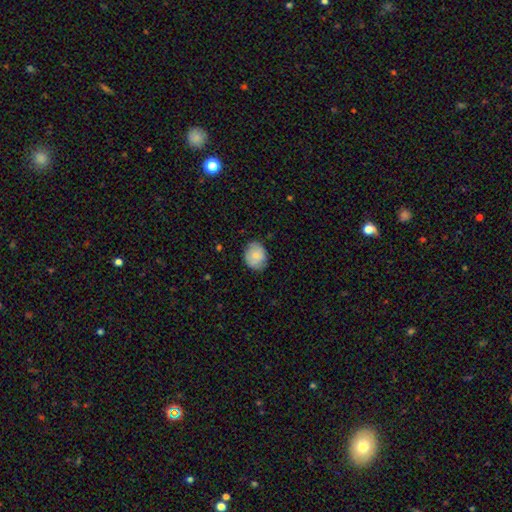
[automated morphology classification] Overall: smooth (78%). How rounded: round (57%; in between 43%). Merging: none (77%).